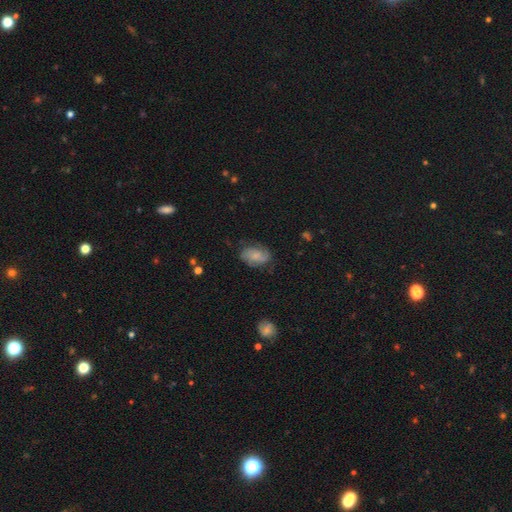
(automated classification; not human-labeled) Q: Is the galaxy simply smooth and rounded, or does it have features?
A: featured or disk — 47%.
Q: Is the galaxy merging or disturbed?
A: none — 68%.